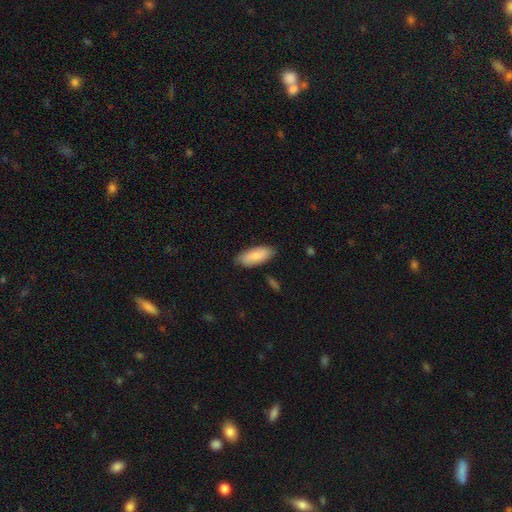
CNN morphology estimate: This is likely a smooth galaxy (79%). How rounded: clearly in between (86%). Merging: clearly none (82%).